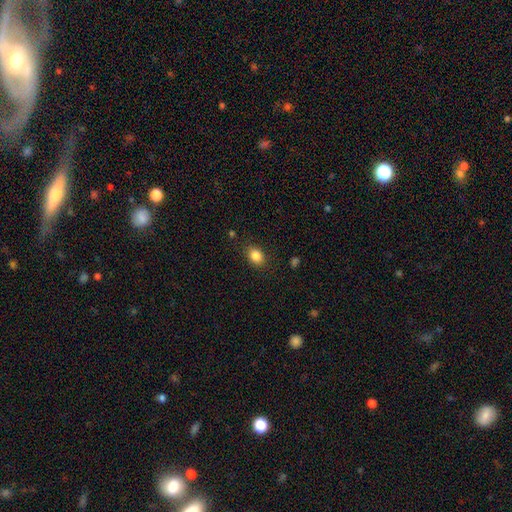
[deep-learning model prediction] Overall: smooth (85%). How rounded: in between (64%; round 34%). Merging: none (84%).